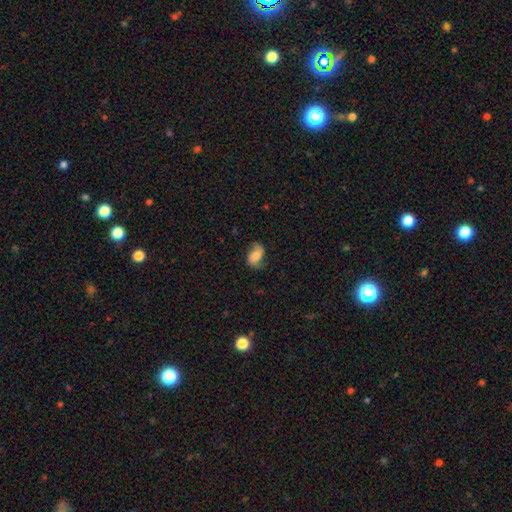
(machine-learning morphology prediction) smooth-or-featured: featured or disk: 53% | smooth: 39% | star or artifact: 9%
  disk-edge-on: no: 97% | yes: 3%
    bar: no: 57% | weak: 33% | strong: 10%
    has-spiral-arms: yes: 91% | no: 9%
    bulge-size: moderate: 40% | small: 26% | large: 18% | none: 13% | dominant: 4%
  merging: none: 69% | minor disturbance: 21% | major disturbance: 8% | merger: 1%